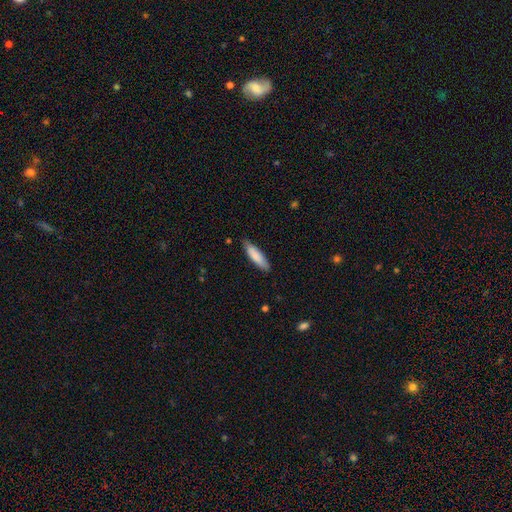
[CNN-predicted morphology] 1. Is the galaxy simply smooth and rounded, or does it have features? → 84% smooth, 11% featured or disk, 5% star or artifact.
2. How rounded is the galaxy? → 67% cigar-shaped, 32% in between, 1% round.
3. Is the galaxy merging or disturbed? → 81% none, 16% minor disturbance, 2% major disturbance, 1% merger.